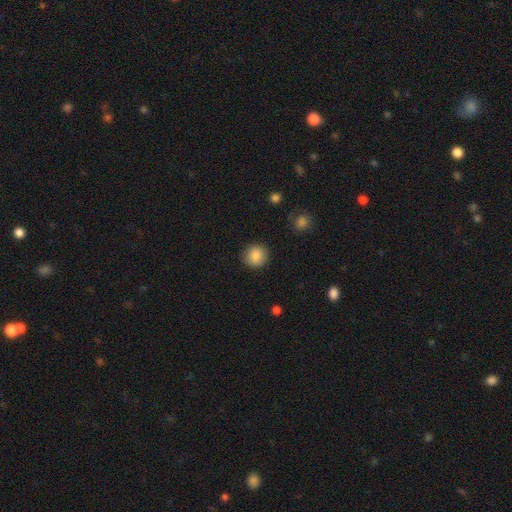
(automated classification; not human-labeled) This appears to be a smooth galaxy with no disk features (86%) that is round (92%). Merging: none (90%).